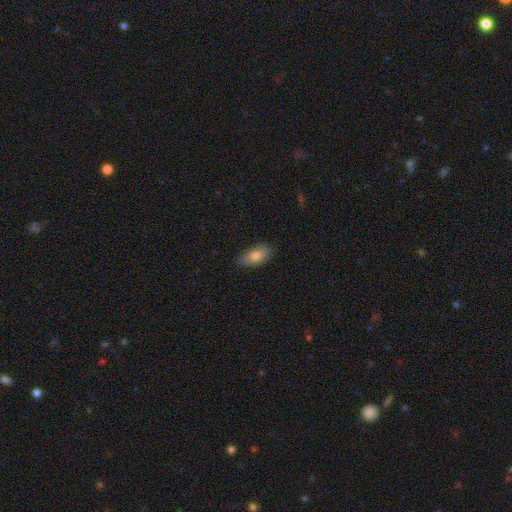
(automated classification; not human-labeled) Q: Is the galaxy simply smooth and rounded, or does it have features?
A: smooth — 75%.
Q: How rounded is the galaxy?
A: in between — 90%.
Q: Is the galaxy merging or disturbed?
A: none — 82%.